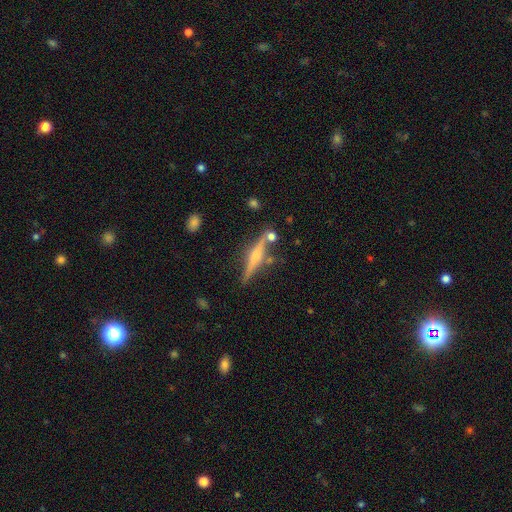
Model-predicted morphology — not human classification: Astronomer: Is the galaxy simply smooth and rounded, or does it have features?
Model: featured or disk — 76%.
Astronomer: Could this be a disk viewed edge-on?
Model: yes — 97%.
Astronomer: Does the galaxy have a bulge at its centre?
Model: rounded — 90%.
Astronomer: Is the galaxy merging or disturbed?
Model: none — 80%.